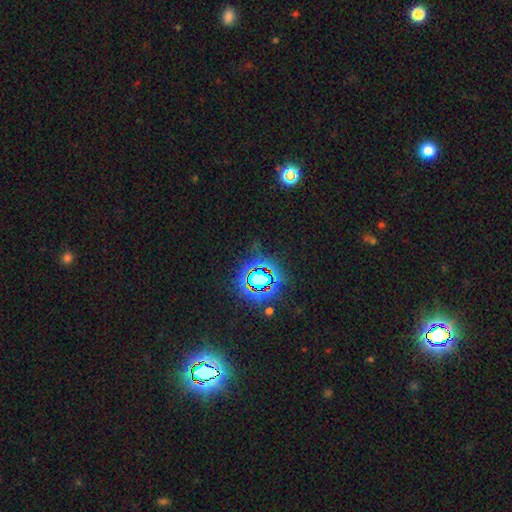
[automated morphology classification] Overall: star or artifact (81%).